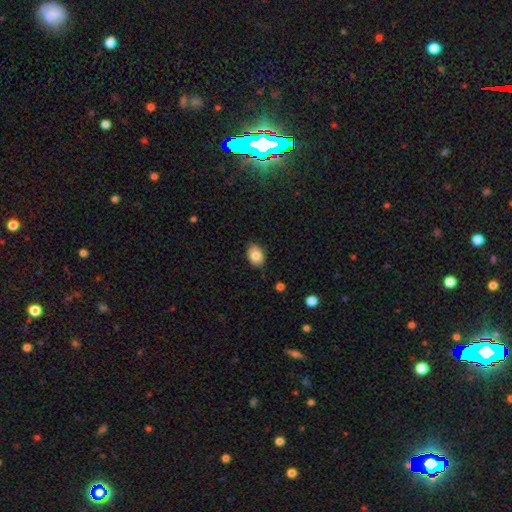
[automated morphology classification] smooth-or-featured: smooth: 83% | featured or disk: 9% | star or artifact: 8%
  how-rounded: in between: 74% | round: 25% | cigar-shaped: 1%
  merging: none: 84% | minor disturbance: 12% | major disturbance: 2% | merger: 1%